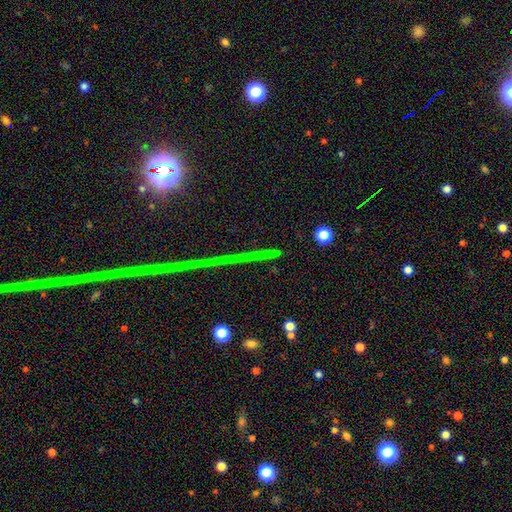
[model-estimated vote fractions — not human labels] Morphology: type=star or artifact (74%).